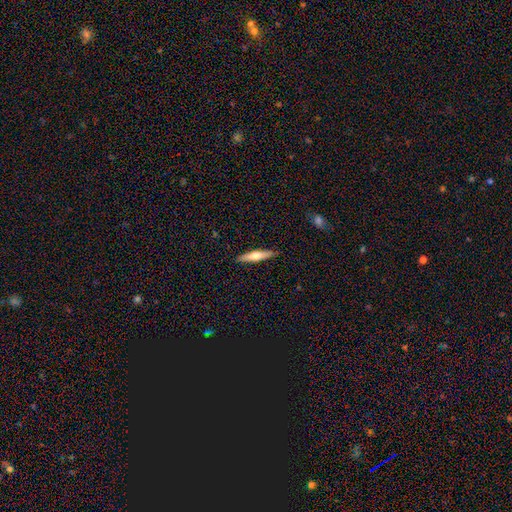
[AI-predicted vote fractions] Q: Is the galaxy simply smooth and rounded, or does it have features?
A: smooth — 49%.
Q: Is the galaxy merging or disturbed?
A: none — 90%.